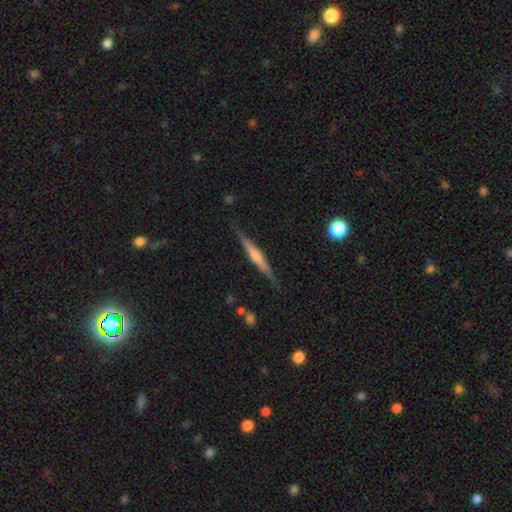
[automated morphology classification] Q: Smooth or featured?
A: featured or disk (71%); runner-up: smooth (23%)
Q: Edge-on disk?
A: yes (98%); runner-up: no (2%)
Q: Edge-on bulge?
A: rounded (71%); runner-up: none (16%)
Q: Merging?
A: none (87%); runner-up: minor disturbance (10%)